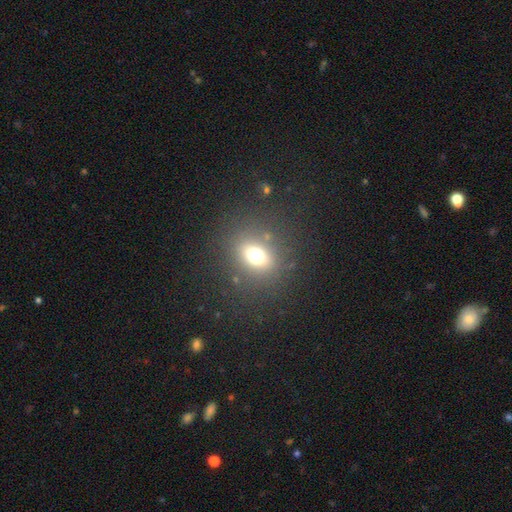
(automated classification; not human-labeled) Smooth or featured? Predicted: smooth (p=0.66). How rounded? Predicted: round (p=0.61). Merging? Predicted: none (p=0.81).